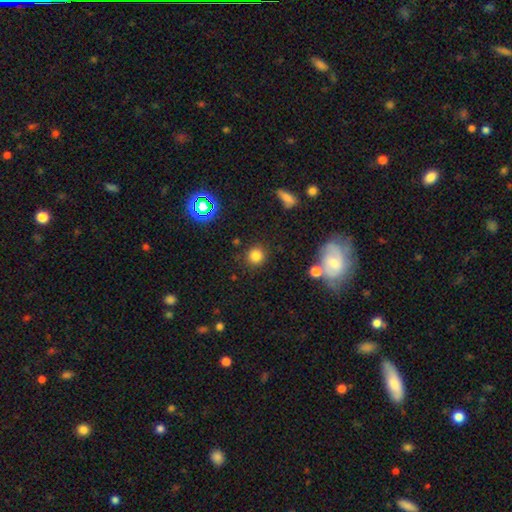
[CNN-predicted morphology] smooth 79%, star or artifact 15%, featured or disk 6%. Down the decision tree: how rounded — round (92%); merging — none (87%).